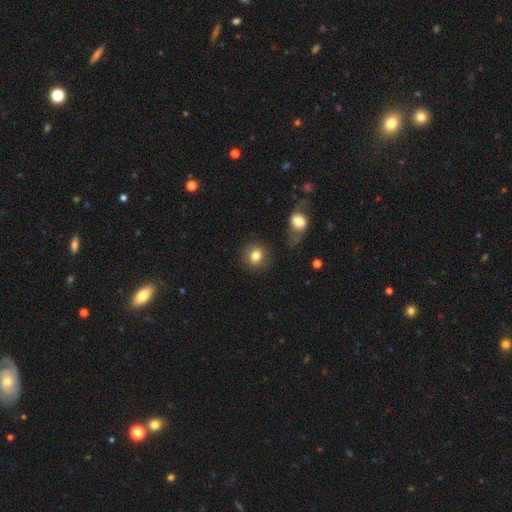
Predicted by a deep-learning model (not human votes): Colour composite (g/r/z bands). It shows a smooth galaxy with no disk features (82%) that is round (78%). Merging: none (81%).